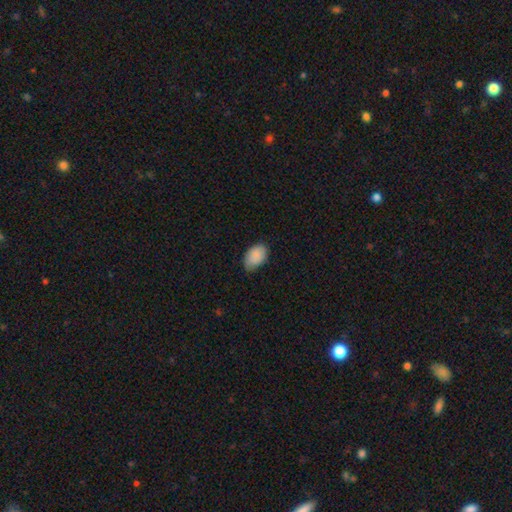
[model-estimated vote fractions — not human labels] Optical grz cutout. It shows a smooth galaxy with no disk features (88%) that is in between round and cigar-shaped (90%). Merging: none (69%).